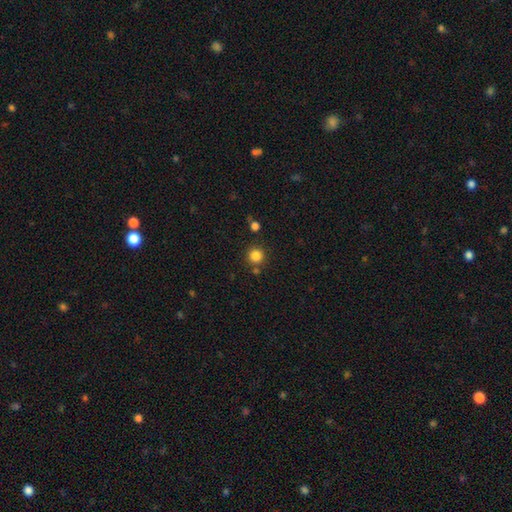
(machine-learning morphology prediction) smooth-or-featured: smooth: 84% | star or artifact: 12% | featured or disk: 4%
  how-rounded: round: 94% | in between: 5% | cigar-shaped: 1%
  merging: none: 82% | minor disturbance: 8% | merger: 7% | major disturbance: 3%